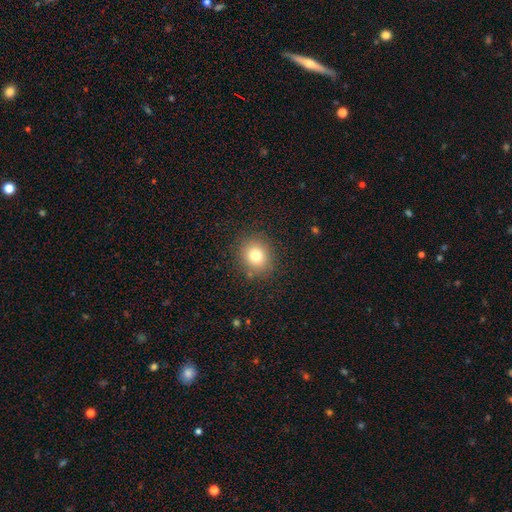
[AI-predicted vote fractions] Smooth or featured? Predicted: smooth (p=0.77). How rounded? Predicted: round (p=0.78). Merging? Predicted: none (p=0.87).